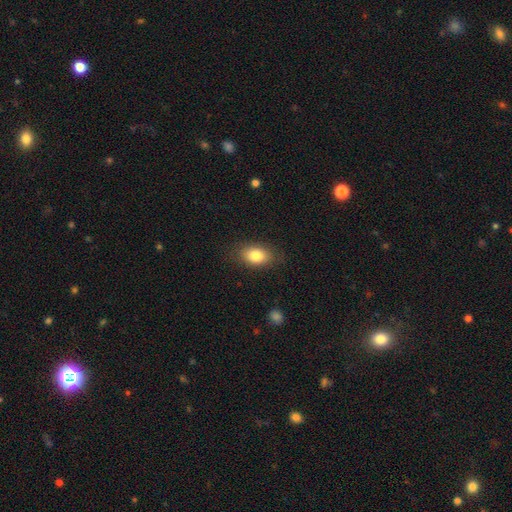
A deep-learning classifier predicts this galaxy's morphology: smooth 82%, featured or disk 10%, star or artifact 8%. Down the decision tree: how rounded — in between (85%); merging — none (84%).